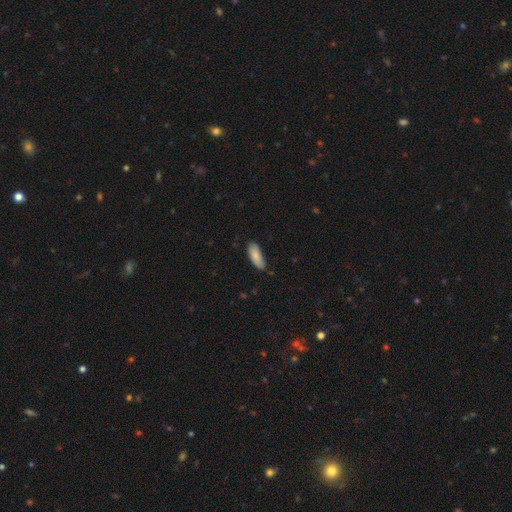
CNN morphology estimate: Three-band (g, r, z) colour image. It shows a smooth galaxy with no disk features (86%) that is in between round and cigar-shaped (75%). Merging: none (72%).